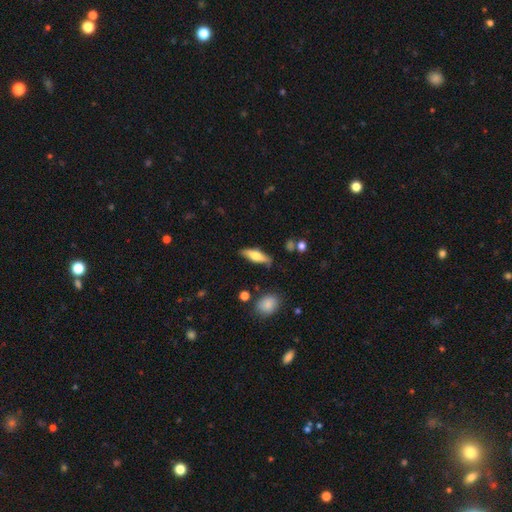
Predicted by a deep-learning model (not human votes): Smooth or featured?
  - smooth: 57% *
  - featured or disk: 37%
  - star or artifact: 7%
How rounded?
  - in between: 50% *
  - cigar-shaped: 47%
  - round: 3%
Merging?
  - none: 76% *
  - minor disturbance: 17%
  - major disturbance: 4%
  - merger: 3%